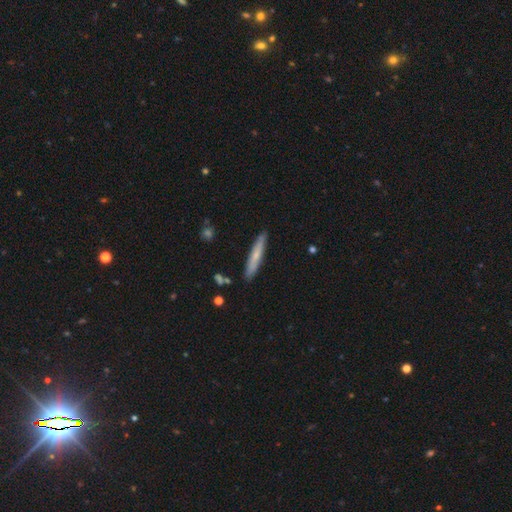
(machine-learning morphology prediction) The model was most divided on "smooth or featured": smooth: 61%, featured or disk: 33%, star or artifact: 6%. More confident: how rounded — cigar-shaped (94%); merging — none (87%).